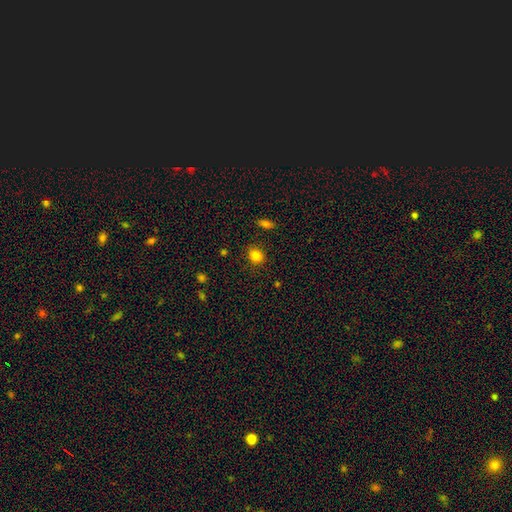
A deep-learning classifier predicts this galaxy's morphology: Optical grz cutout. It shows a smooth galaxy with no disk features (83%) that is round (66%). Merging: none (86%).